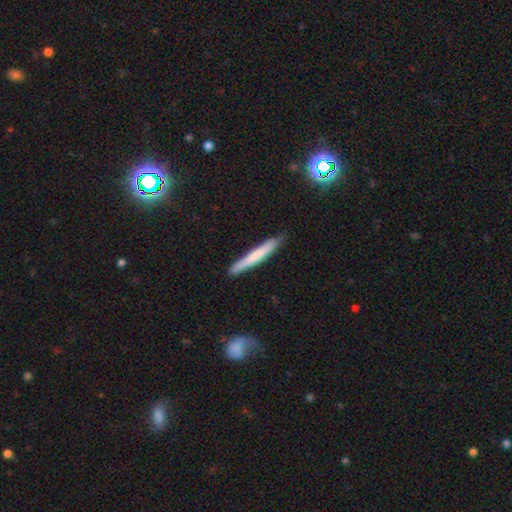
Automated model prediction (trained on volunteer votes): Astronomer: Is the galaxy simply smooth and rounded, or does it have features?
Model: smooth — 66%.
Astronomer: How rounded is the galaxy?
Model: cigar-shaped — 96%.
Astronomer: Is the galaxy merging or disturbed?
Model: none — 85%.